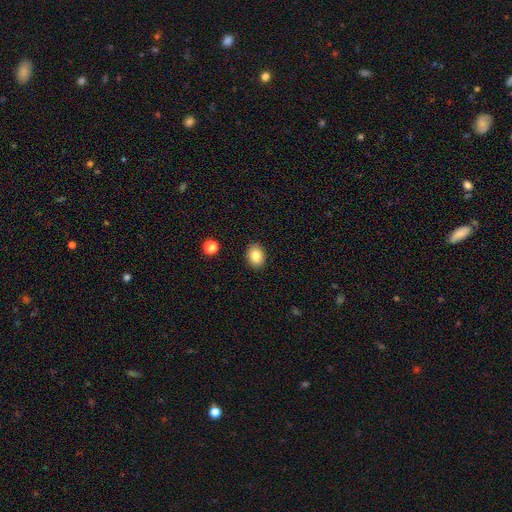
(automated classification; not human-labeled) Smooth or featured: smooth — 83% (star or artifact — 9%)
How rounded: in between — 59% (round — 40%)
Merging: none — 90% (minor disturbance — 7%)